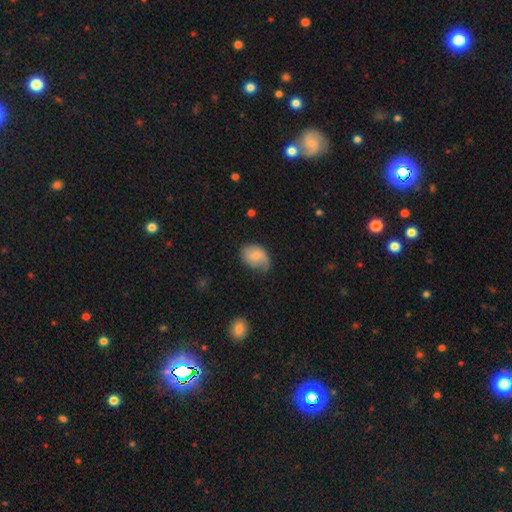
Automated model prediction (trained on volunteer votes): smooth 63%, featured or disk 30%, star or artifact 7%. Down the decision tree: how rounded — in between (77%); merging — none (44%).